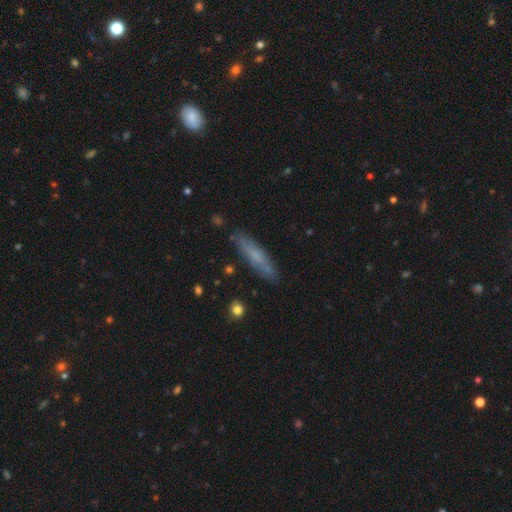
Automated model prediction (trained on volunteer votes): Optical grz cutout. It shows a smooth galaxy with no disk features (59%) that is cigar-shaped (85%). Merging: none (82%).